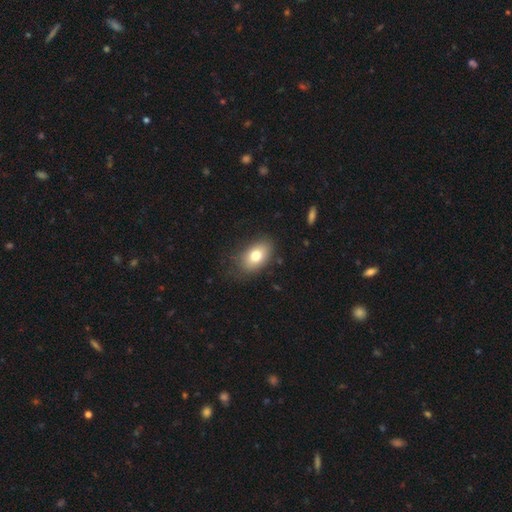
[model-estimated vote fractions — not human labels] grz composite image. It shows a smooth galaxy with no disk features (76%) that is in between round and cigar-shaped (86%). Merging: none (76%).